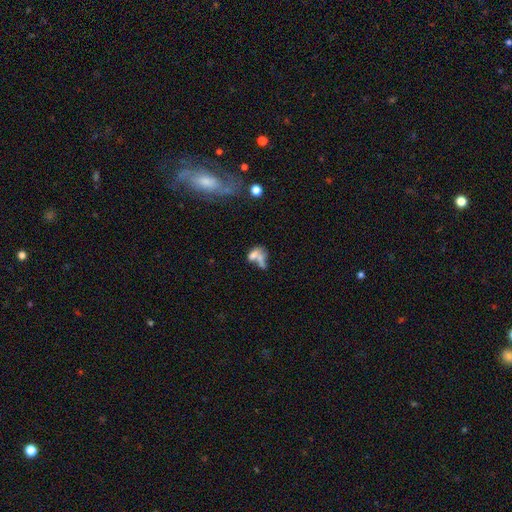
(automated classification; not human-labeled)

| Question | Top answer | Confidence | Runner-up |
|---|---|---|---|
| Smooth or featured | smooth | 57% | featured or disk (30%) |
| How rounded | in between | 74% | round (19%) |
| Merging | merger | 57% | none (21%) |